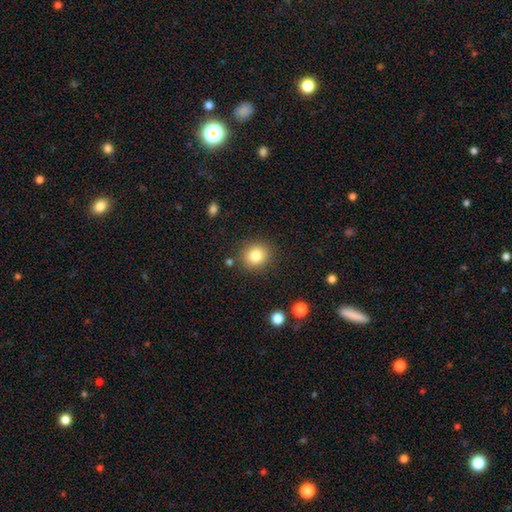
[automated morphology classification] This is clearly a smooth galaxy (82%). How rounded: clearly round (89%). Merging: clearly none (87%).